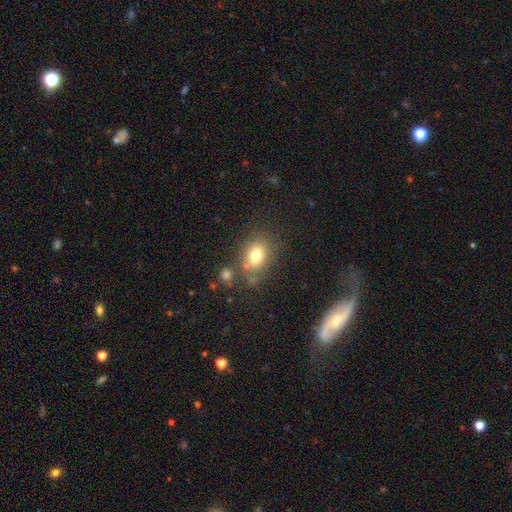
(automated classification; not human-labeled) A smooth galaxy with no disk features (76%) that is in between round and cigar-shaped (57%). Merging: none (65%).